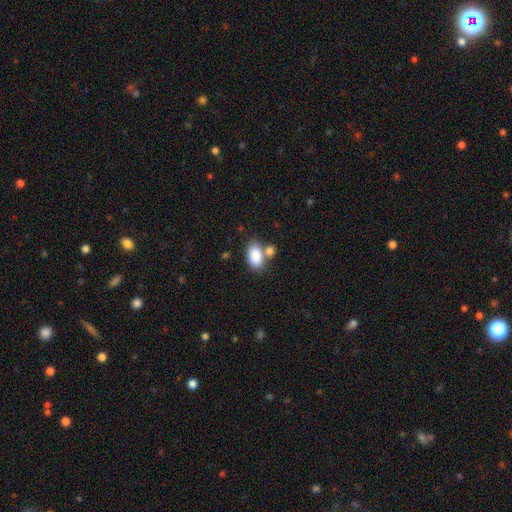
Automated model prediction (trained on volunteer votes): A smooth galaxy with no disk features (85%) that is in between round and cigar-shaped (91%).

Vote fractions:
- Smooth or featured? smooth: 85% / featured or disk: 7% / star or artifact: 7%
- How rounded? in between: 91% / round: 8% / cigar-shaped: 2%
- Merging? none: 50% / merger: 32% / minor disturbance: 13% / major disturbance: 4%